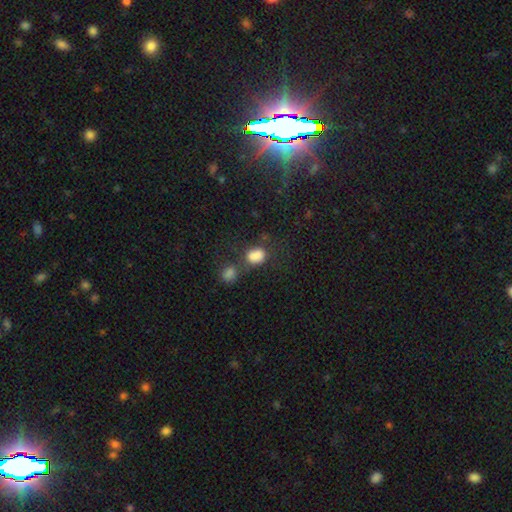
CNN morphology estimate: Overall: smooth (81%). How rounded: in between (67%; round 31%). Merging: none (39%; merger 34%).